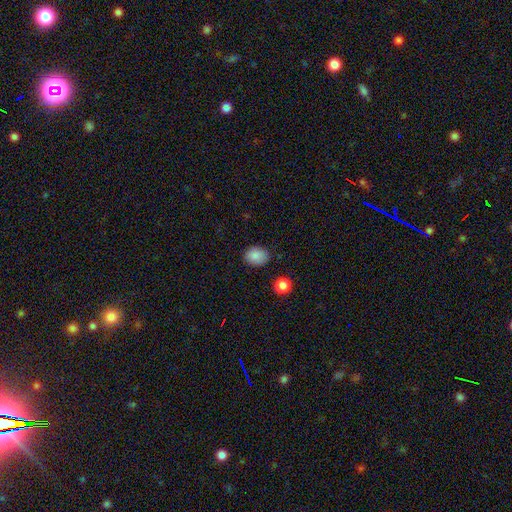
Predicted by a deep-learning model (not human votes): Smooth or featured: smooth — 87% (star or artifact — 9%)
How rounded: in between — 55% (round — 44%)
Merging: none — 82% (minor disturbance — 13%)